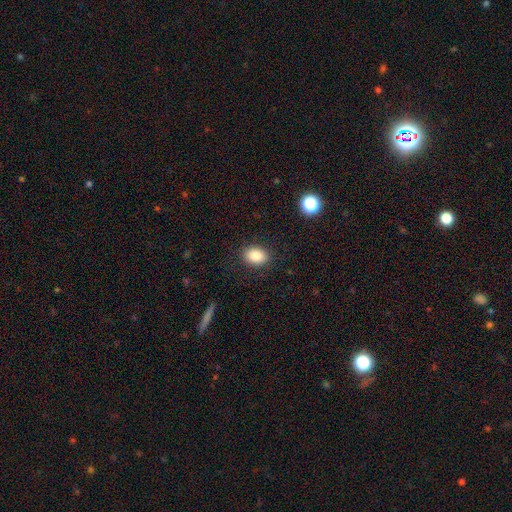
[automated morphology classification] Smooth or featured?
  - smooth: 88% *
  - star or artifact: 8%
  - featured or disk: 4%
How rounded?
  - in between: 76% *
  - round: 22%
  - cigar-shaped: 1%
Merging?
  - none: 87% *
  - minor disturbance: 9%
  - major disturbance: 3%
  - merger: 1%